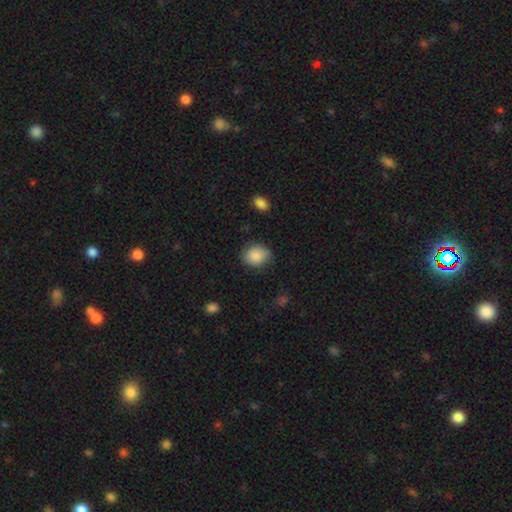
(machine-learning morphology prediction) smooth 86%, star or artifact 7%, featured or disk 6%. Down the decision tree: how rounded — round (55%); merging — none (75%).